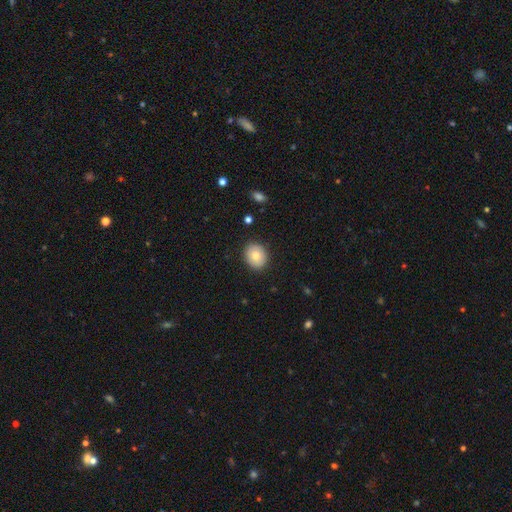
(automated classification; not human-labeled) Smooth or featured: smooth — 79% (featured or disk — 13%)
How rounded: round — 67% (in between — 32%)
Merging: none — 89% (minor disturbance — 8%)